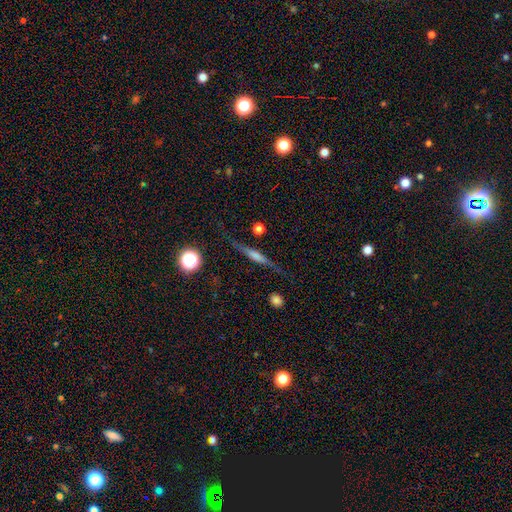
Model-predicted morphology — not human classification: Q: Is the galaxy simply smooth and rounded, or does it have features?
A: featured or disk — 61%.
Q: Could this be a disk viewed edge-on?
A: yes — 95%.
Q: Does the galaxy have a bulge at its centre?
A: rounded — 45%.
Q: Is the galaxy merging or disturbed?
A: none — 81%.